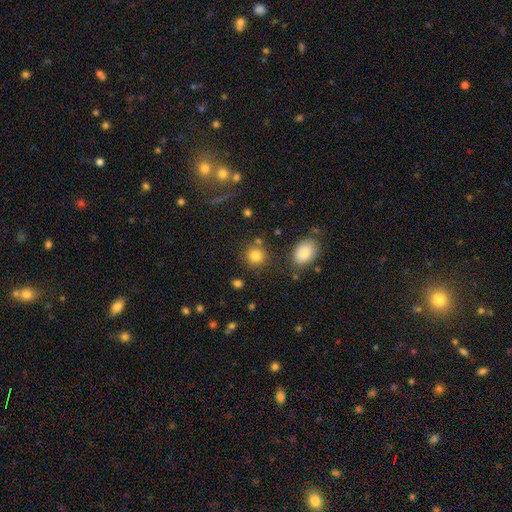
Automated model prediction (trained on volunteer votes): A smooth galaxy with no disk features (81%) that is round (86%).

Vote fractions:
- Smooth or featured? smooth: 81% / star or artifact: 12% / featured or disk: 6%
- How rounded? round: 86% / in between: 13% / cigar-shaped: 1%
- Merging? none: 78% / minor disturbance: 10% / merger: 8% / major disturbance: 4%